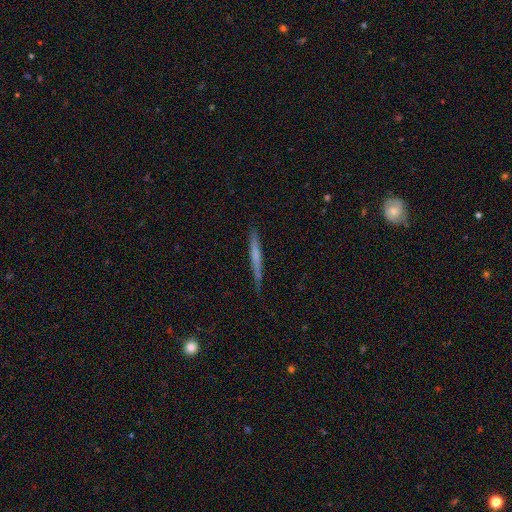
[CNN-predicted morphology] Smooth or featured: smooth — 51% (featured or disk — 43%)
How rounded: cigar-shaped — 96% (in between — 2%)
Merging: none — 81% (minor disturbance — 15%)